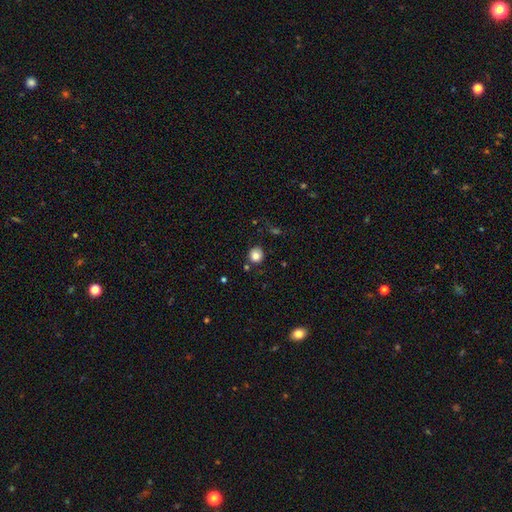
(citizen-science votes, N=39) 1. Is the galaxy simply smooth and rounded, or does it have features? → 82% smooth, 10% star or artifact, 8% featured or disk.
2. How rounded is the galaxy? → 84% round, 16% in between, 0% cigar-shaped.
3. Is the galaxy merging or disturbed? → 74% none, 17% minor disturbance, 6% major disturbance, 3% merger.